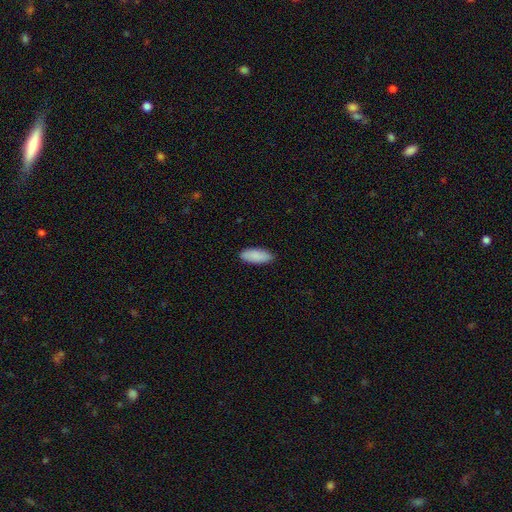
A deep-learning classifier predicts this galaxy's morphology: This appears to be a smooth galaxy with no disk features (90%) that is in between round and cigar-shaped (78%). Merging: none (88%).